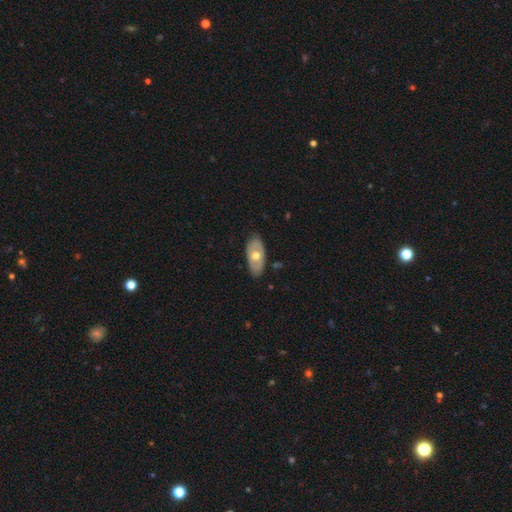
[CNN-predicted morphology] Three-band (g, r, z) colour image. It shows a featured or disk galaxy (50%). Merging: none (82%).